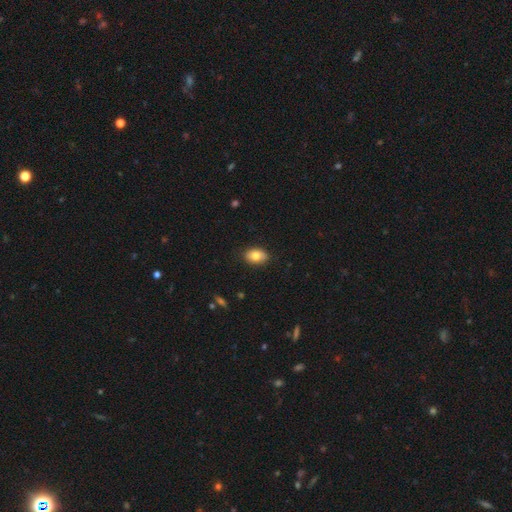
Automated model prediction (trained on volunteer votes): The model was most divided on "smooth or featured": smooth: 79%, featured or disk: 13%, star or artifact: 8%. More confident: merging — none (85%); how rounded — in between (84%).